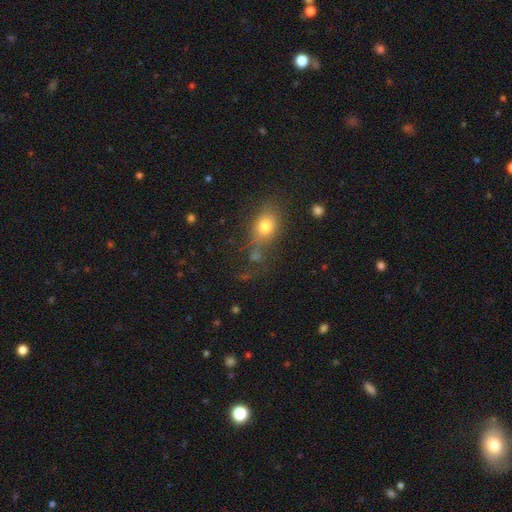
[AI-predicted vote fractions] smooth 70%, star or artifact 18%, featured or disk 13%. Down the decision tree: how rounded — in between (56%); merging — none (59%).